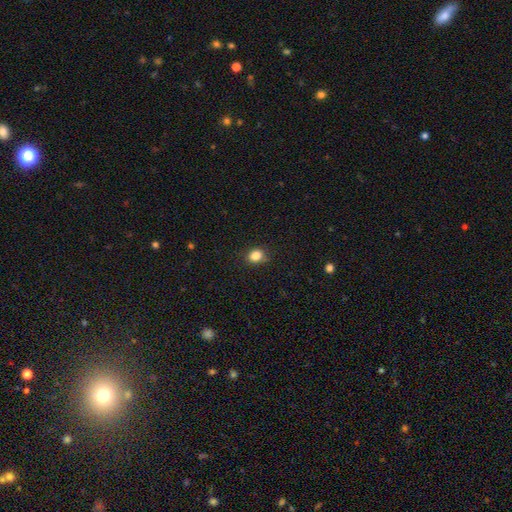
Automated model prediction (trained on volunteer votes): Smooth or featured? smooth (84%)
How rounded? round (61%)
Merging? none (83%)